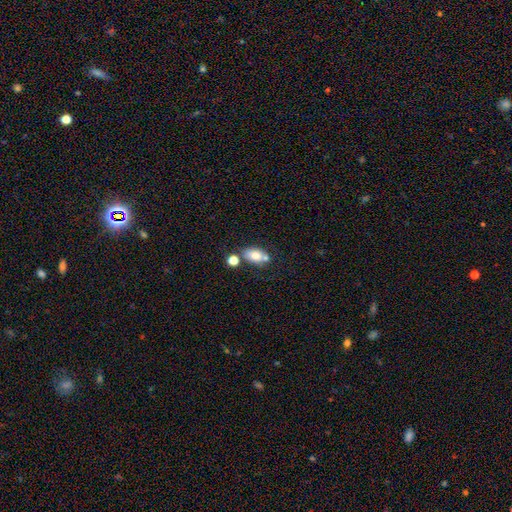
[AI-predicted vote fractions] Overall: smooth (76%). How rounded: in between (83%). Merging: none (57%; merger 23%).